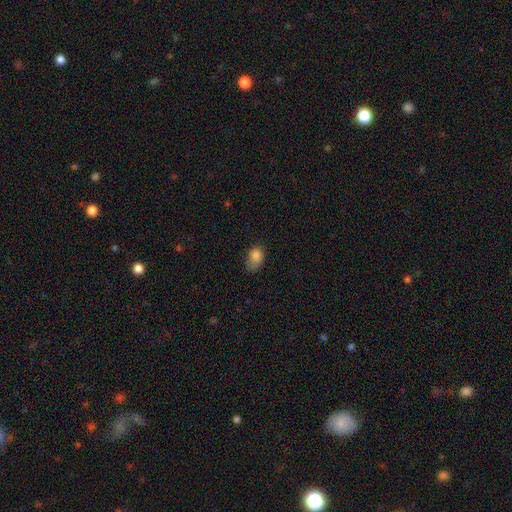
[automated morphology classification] Smooth or featured: smooth — 82% (star or artifact — 10%)
How rounded: in between — 80% (round — 18%)
Merging: minor disturbance — 39% (tied with none — 39%)